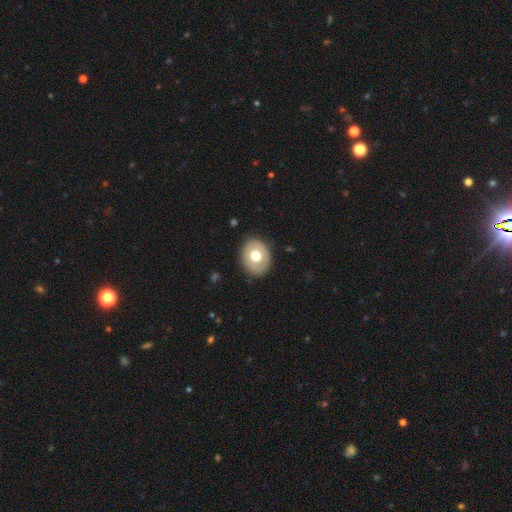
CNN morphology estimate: type=smooth (67%); roundness=round (50%); merging=none (87%).